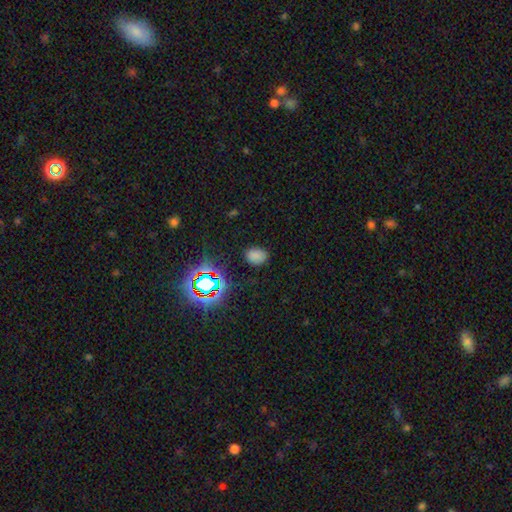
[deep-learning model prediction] Smooth or featured? Predicted: smooth (p=0.71). How rounded? Predicted: in between (p=0.71). Merging? Predicted: none (p=0.81).